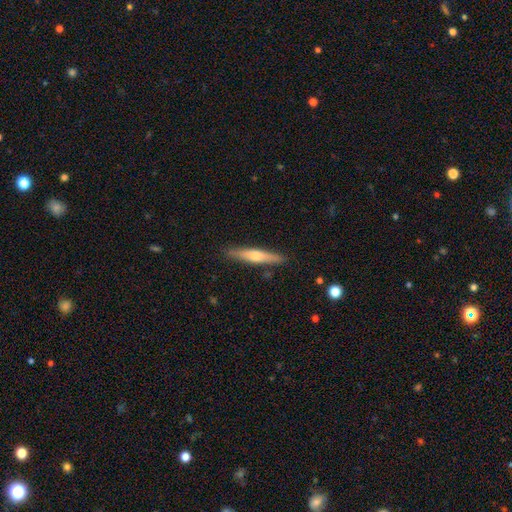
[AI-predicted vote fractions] Smooth or featured? Predicted: featured or disk (p=0.48). Merging? Predicted: none (p=0.89).